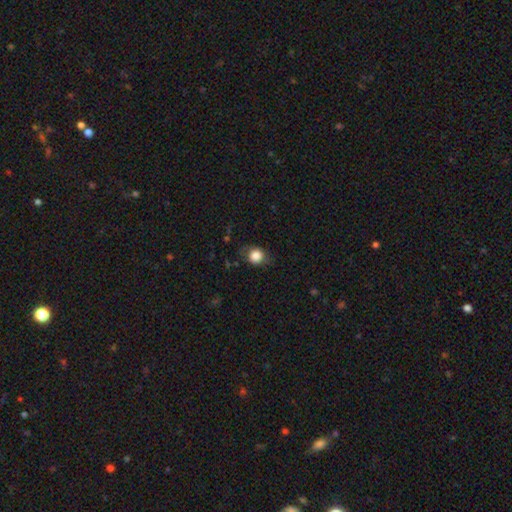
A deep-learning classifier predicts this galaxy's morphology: smooth-or-featured: smooth: 83% | star or artifact: 9% | featured or disk: 8%
  how-rounded: round: 71% | in between: 28% | cigar-shaped: 1%
  merging: none: 74% | minor disturbance: 19% | major disturbance: 6% | merger: 1%